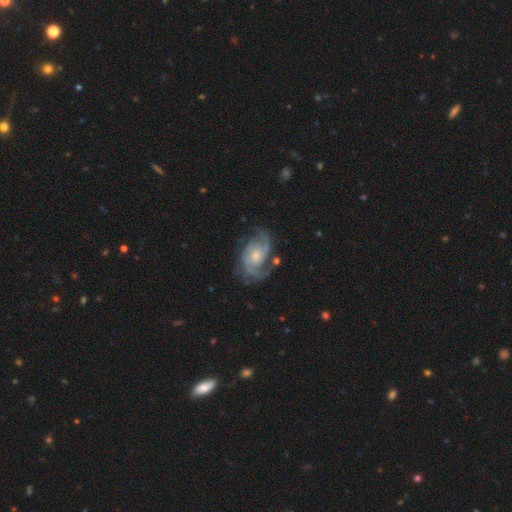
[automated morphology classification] This appears to be a featured or disk galaxy (86%) with no bar (69%), 2 (59%) medium (48%) spiral arms (96%) and a small central bulge (48%). Merging: none (64%).